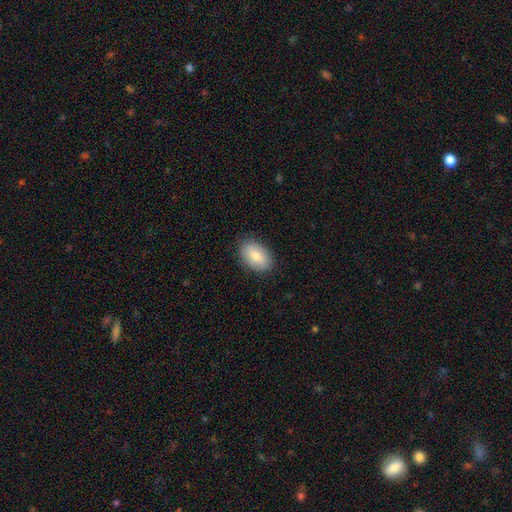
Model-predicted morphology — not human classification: Q: Smooth or featured?
A: smooth (78%); runner-up: featured or disk (16%)
Q: How rounded?
A: in between (90%); runner-up: round (9%)
Q: Merging?
A: none (85%); runner-up: minor disturbance (11%)